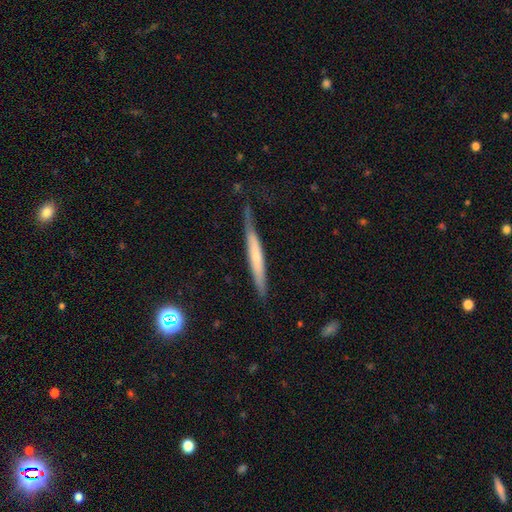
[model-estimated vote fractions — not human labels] Smooth or featured? Predicted: featured or disk (p=0.48). Merging? Predicted: none (p=0.68).